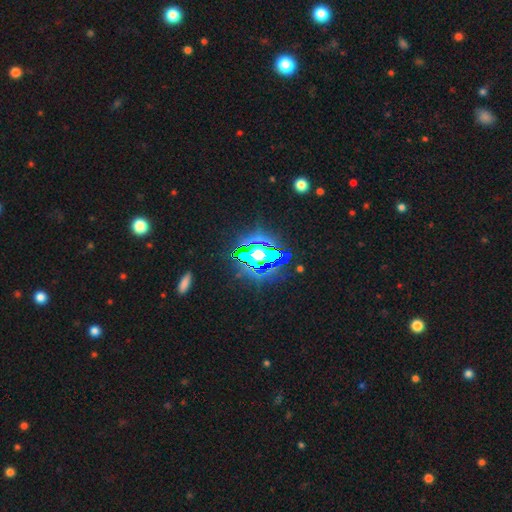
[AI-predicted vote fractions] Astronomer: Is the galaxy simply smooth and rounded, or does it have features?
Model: star or artifact — 61%.